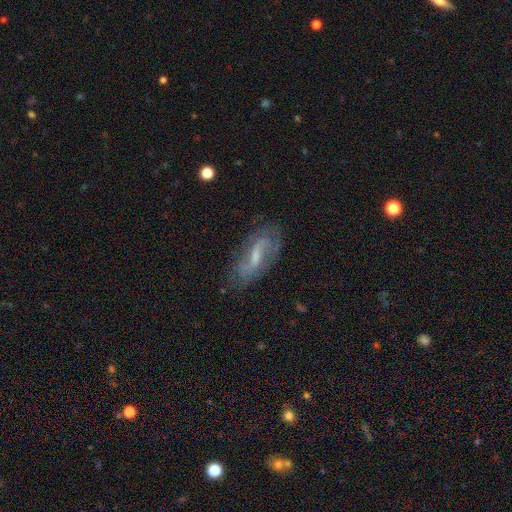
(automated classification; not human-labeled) Smooth or featured: featured or disk — 67% (smooth — 25%)
Edge-on disk: no — 88% (yes — 12%)
Bar: weak — 53% (strong — 26%)
Spiral arms: yes — 83% (no — 17%)
Bulge size: small — 44% (moderate — 38%)
Merging: none — 72% (minor disturbance — 19%)